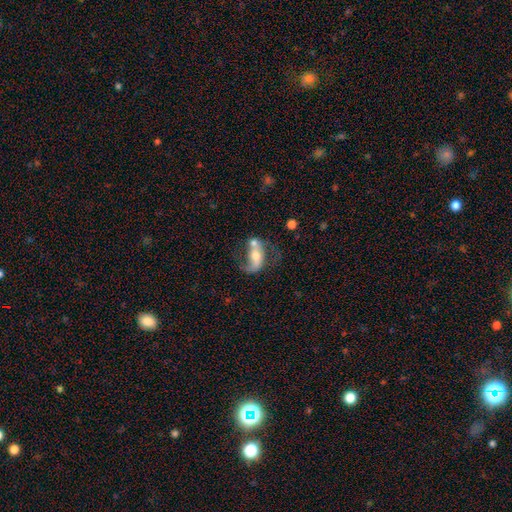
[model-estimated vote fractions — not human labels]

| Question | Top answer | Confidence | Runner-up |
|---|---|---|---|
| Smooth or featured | featured or disk | 64% | smooth (29%) |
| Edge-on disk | no | 94% | yes (6%) |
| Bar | no | 49% | weak (28%) |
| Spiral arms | yes | 78% | no (22%) |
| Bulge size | moderate | 63% | small (23%) |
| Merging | merger | 32% | tied: none (32%) |